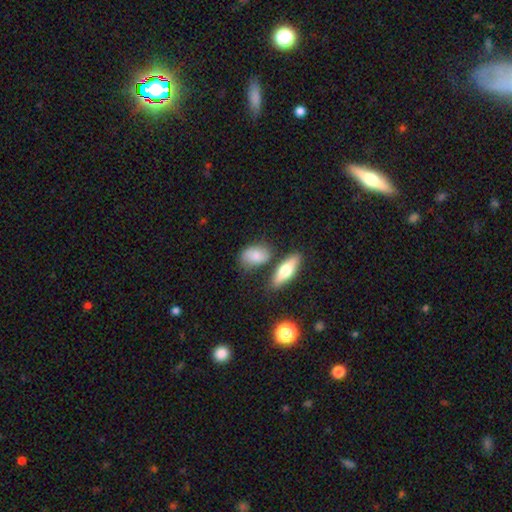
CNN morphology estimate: Smooth or featured? smooth (79%)
How rounded? in between (83%)
Merging? none (63%)